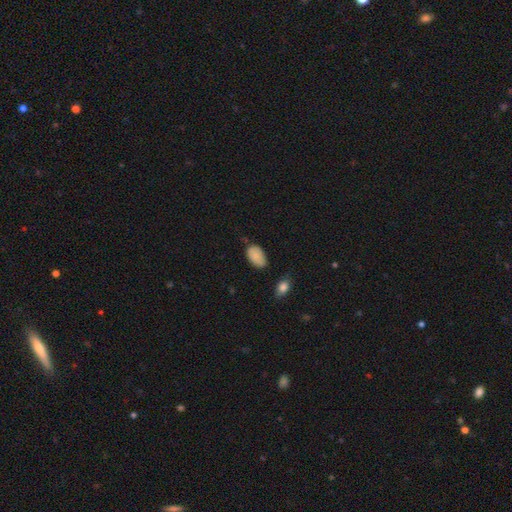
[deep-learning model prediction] This is clearly a smooth galaxy (86%). How rounded: clearly in between (94%). Merging: likely none (69%).